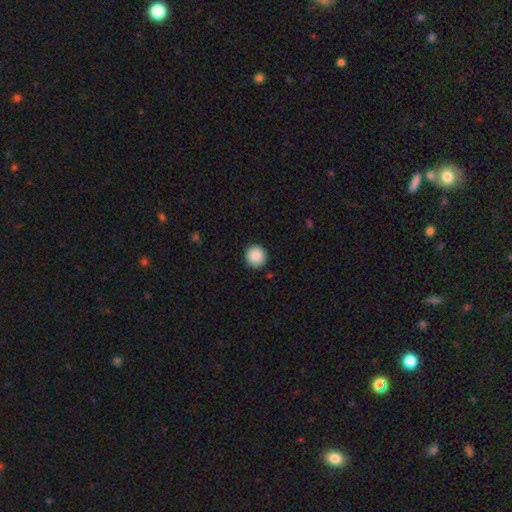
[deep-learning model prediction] Morphology: type=smooth (89%); roundness=round (94%); merging=none (92%).